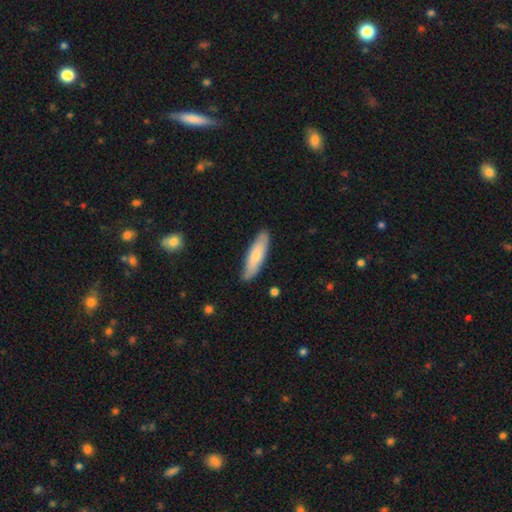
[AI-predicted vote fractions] smooth-or-featured: smooth: 73% | featured or disk: 22% | star or artifact: 5%
  how-rounded: cigar-shaped: 64% | in between: 35% | round: 2%
  merging: none: 85% | minor disturbance: 12% | major disturbance: 2% | merger: 1%